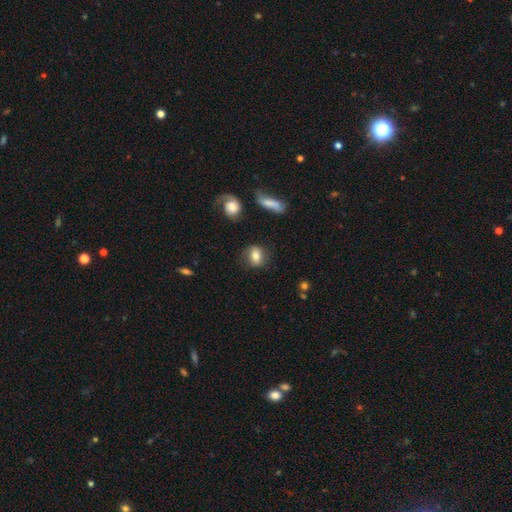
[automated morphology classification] Smooth or featured? Predicted: smooth (p=0.73). How rounded? Predicted: in between (p=0.53). Merging? Predicted: none (p=0.78).